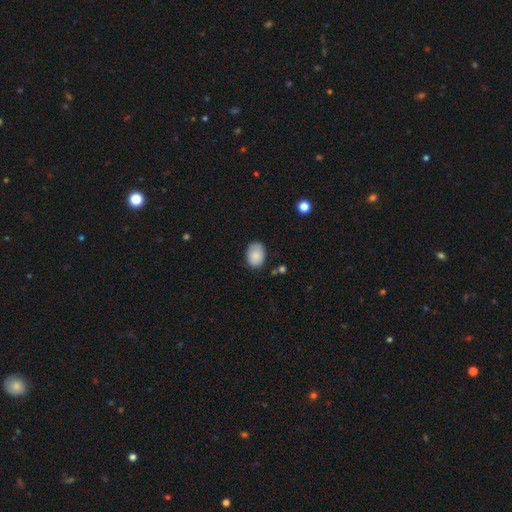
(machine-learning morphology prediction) Q: Smooth or featured?
A: smooth (86%); runner-up: star or artifact (7%)
Q: How rounded?
A: in between (75%); runner-up: round (24%)
Q: Merging?
A: none (73%); runner-up: minor disturbance (20%)